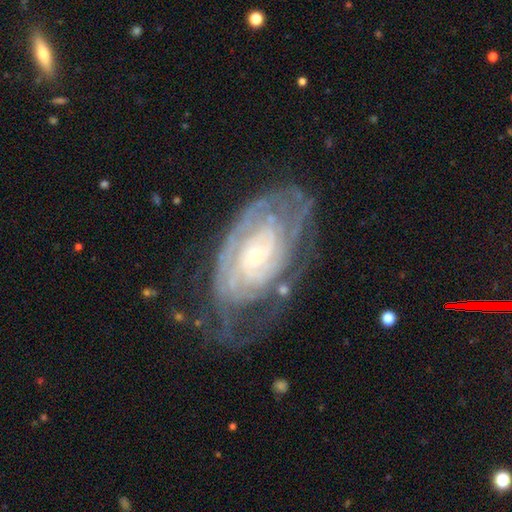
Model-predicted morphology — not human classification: Smooth or featured? featured or disk (85%)
Edge-on disk? no (95%)
Bar? no (71%)
Spiral arms? yes (93%)
Spiral winding? tight (76%)
Spiral arm count? can't tell (46%)
Bulge size? small (79%)
Merging? none (58%)